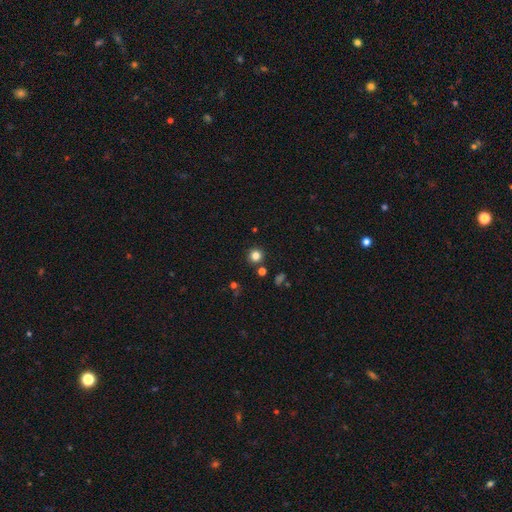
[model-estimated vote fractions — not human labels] smooth_or_featured: smooth (p=0.81) [alt: star or artifact p=0.14]
how_rounded: round (p=0.94) [alt: in between p=0.05]
merging: none (p=0.88) [alt: minor disturbance p=0.06]